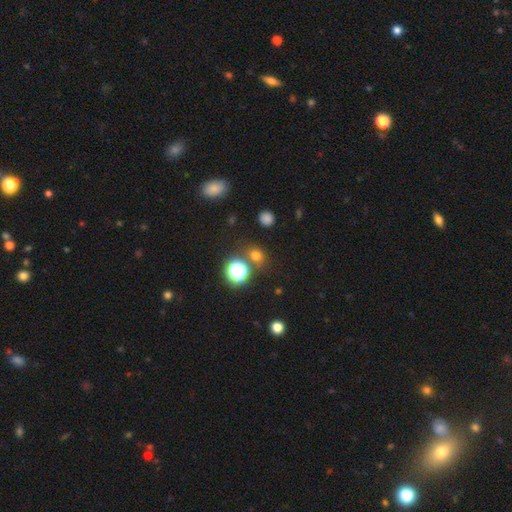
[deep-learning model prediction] smooth-or-featured: smooth: 66% | star or artifact: 28% | featured or disk: 6%
  how-rounded: round: 75% | in between: 23% | cigar-shaped: 1%
  merging: none: 77% | merger: 10% | minor disturbance: 9% | major disturbance: 4%